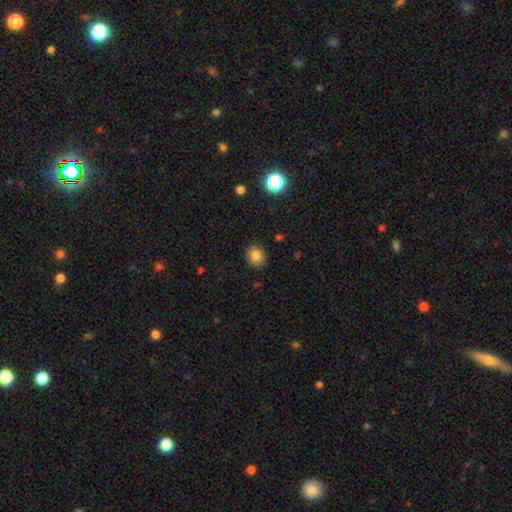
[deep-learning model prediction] smooth-or-featured: smooth: 82% | star or artifact: 12% | featured or disk: 6%
  how-rounded: round: 74% | in between: 25% | cigar-shaped: 1%
  merging: none: 89% | minor disturbance: 8% | major disturbance: 2% | merger: 1%